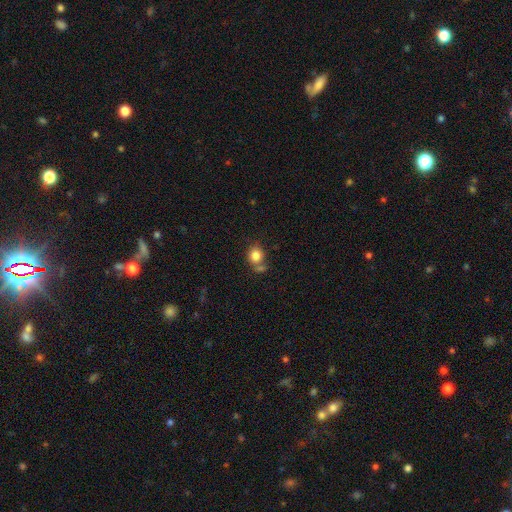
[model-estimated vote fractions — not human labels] Morphology: type=smooth (82%); roundness=round (77%); merging=none (57%).